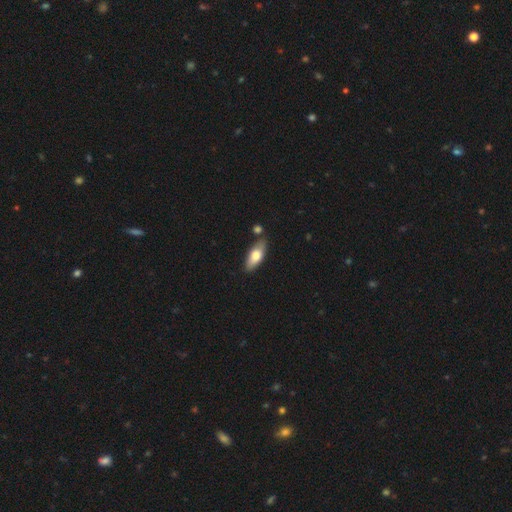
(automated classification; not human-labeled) This appears to be a smooth galaxy with no disk features (69%) that is in between round and cigar-shaped (74%). Merging: none (73%).